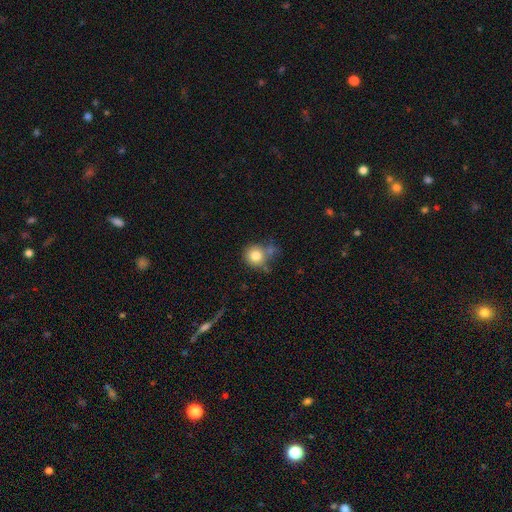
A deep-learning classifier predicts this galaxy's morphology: smooth-or-featured: smooth: 81% | star or artifact: 10% | featured or disk: 9%
  how-rounded: round: 90% | in between: 9% | cigar-shaped: 1%
  merging: none: 59% | minor disturbance: 18% | merger: 17% | major disturbance: 6%